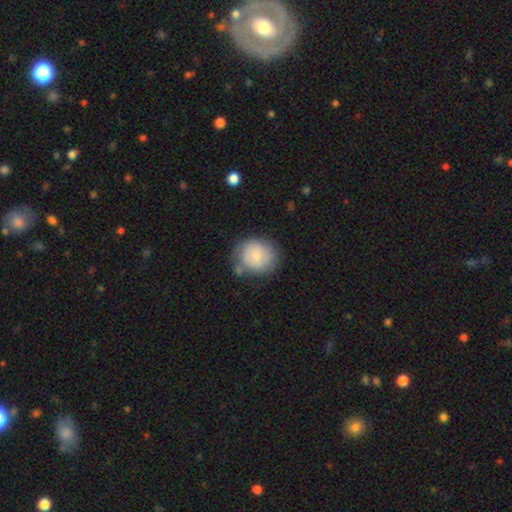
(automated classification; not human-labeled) Morphology: type=smooth (75%); roundness=round (76%); merging=none (62%).